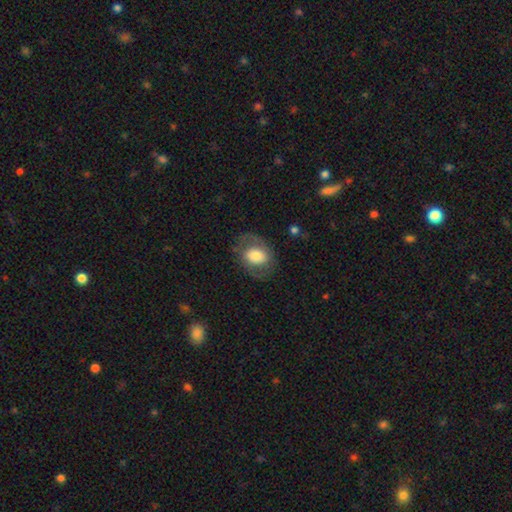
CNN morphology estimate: Q: Smooth or featured?
A: smooth (54%); runner-up: featured or disk (39%)
Q: How rounded?
A: in between (62%); runner-up: round (37%)
Q: Merging?
A: none (71%); runner-up: minor disturbance (16%)